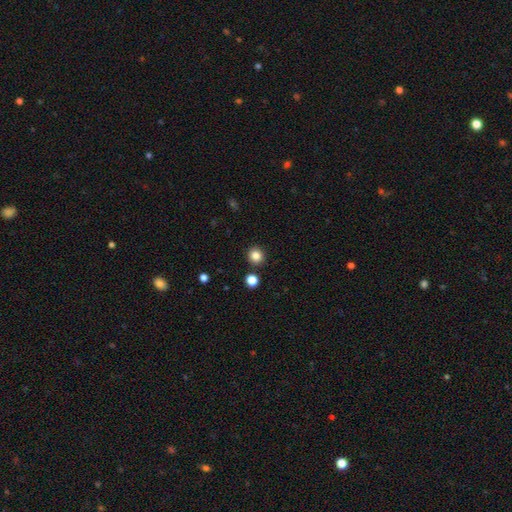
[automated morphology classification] A smooth galaxy with no disk features (84%) that is round (91%). Merging: none (89%).